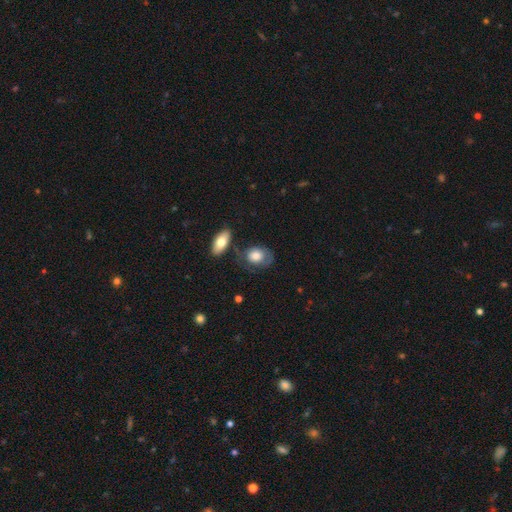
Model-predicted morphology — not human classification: smooth 70%, featured or disk 24%, star or artifact 6%. Down the decision tree: how rounded — in between (65%); merging — none (51%).